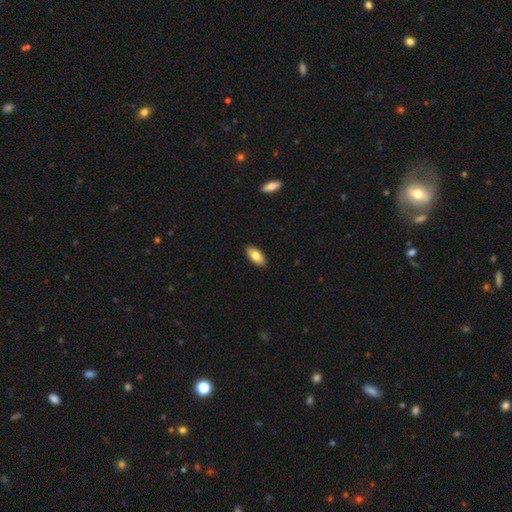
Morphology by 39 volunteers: A smooth galaxy with no disk features (77%) that is in between round and cigar-shaped (93%).

Vote fractions:
- Smooth or featured? smooth: 77% / featured or disk: 15% / star or artifact: 8%
- How rounded? in between: 93% / round: 3% / cigar-shaped: 3%
- Merging? none: 100% / minor disturbance: 0% / major disturbance: 0% / merger: 0%